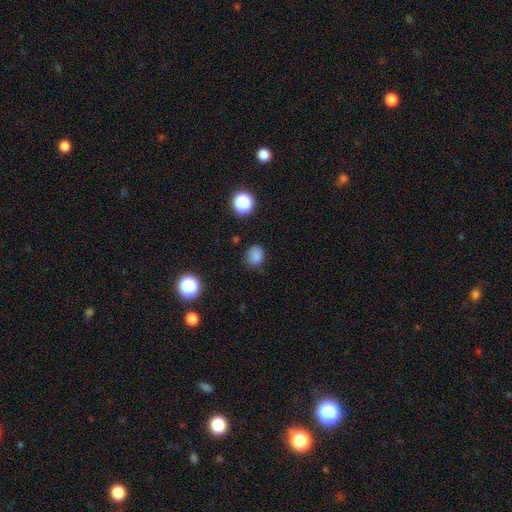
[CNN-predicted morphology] A smooth galaxy with no disk features (81%) that is round (62%). Merging: none (78%).